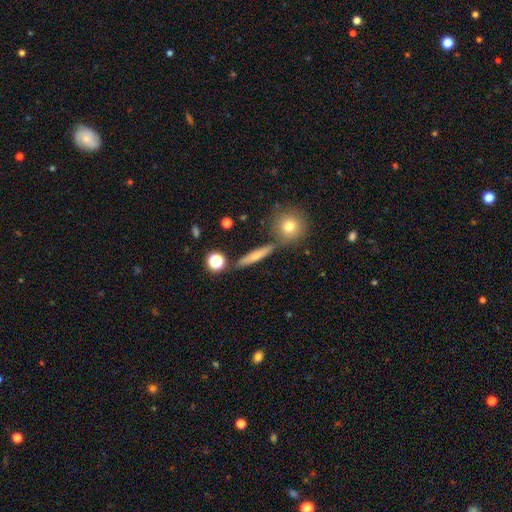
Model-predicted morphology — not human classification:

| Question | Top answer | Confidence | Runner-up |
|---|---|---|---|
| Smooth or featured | smooth | 64% | featured or disk (26%) |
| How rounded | cigar-shaped | 77% | in between (14%) |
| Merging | none | 80% | minor disturbance (10%) |